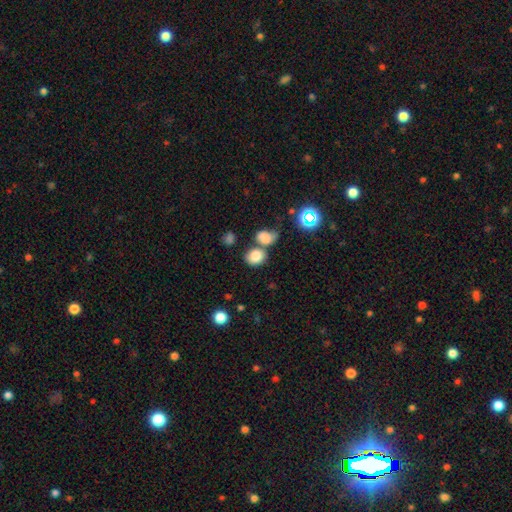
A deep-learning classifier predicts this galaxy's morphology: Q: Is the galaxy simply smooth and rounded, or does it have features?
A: smooth — 81%.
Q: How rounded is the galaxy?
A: round — 61%.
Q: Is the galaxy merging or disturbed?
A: none — 52%.